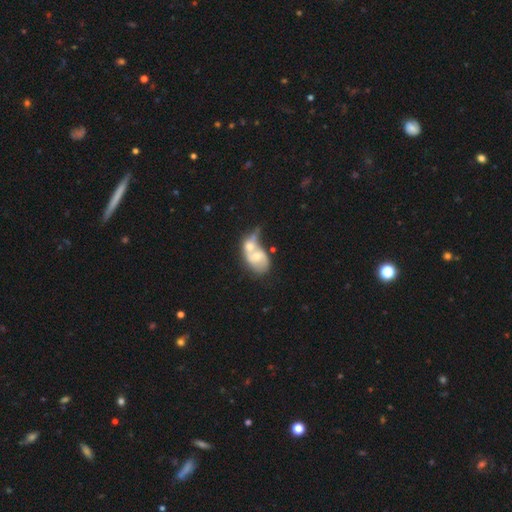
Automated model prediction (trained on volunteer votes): A featured or disk galaxy (52%).

Vote fractions:
- Smooth or featured? featured or disk: 52% / smooth: 41% / star or artifact: 8%
- Edge-on disk? no: 96% / yes: 4%
- Merging? merger: 72% / major disturbance: 10% / none: 10% / minor disturbance: 7%